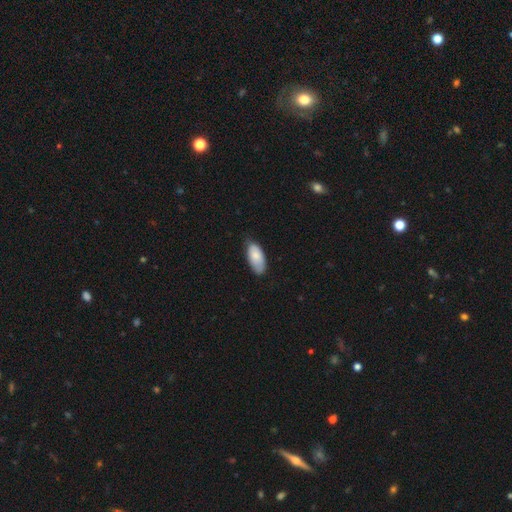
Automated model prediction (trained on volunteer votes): smooth_or_featured: smooth (p=0.80) [alt: featured or disk p=0.14]
how_rounded: in between (p=0.92) [alt: cigar-shaped p=0.06]
merging: none (p=0.63) [alt: minor disturbance p=0.31]